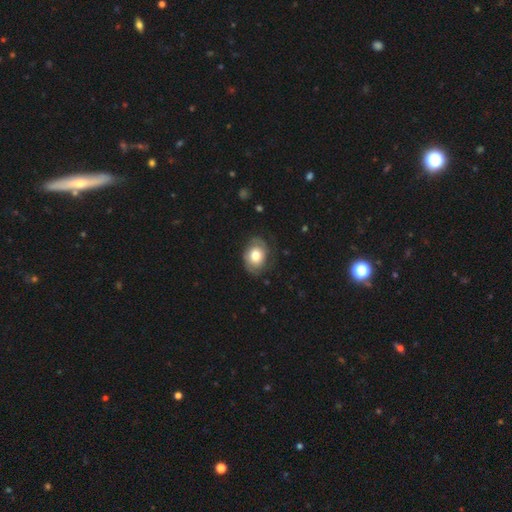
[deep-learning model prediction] This is possibly a smooth galaxy (51%). How rounded: likely in between (67%). Merging: likely none (71%).